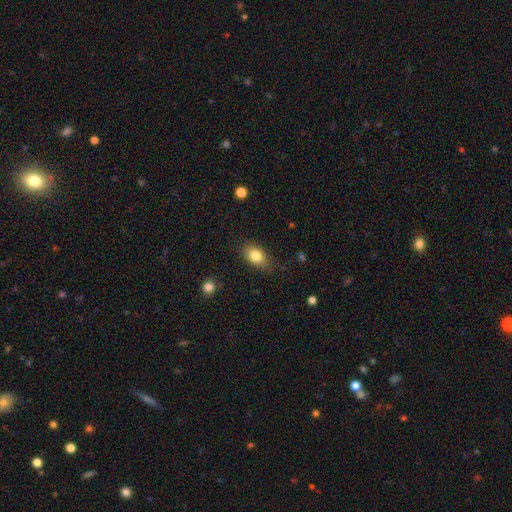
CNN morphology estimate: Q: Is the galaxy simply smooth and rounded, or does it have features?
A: smooth — 82%.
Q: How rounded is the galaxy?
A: in between — 83%.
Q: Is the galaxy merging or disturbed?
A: none — 79%.